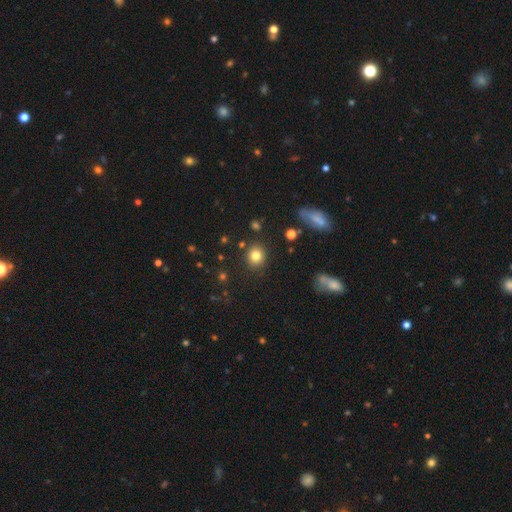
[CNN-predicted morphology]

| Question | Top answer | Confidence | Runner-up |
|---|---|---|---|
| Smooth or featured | smooth | 81% | star or artifact (12%) |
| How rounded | round | 83% | in between (16%) |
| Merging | none | 87% | minor disturbance (8%) |